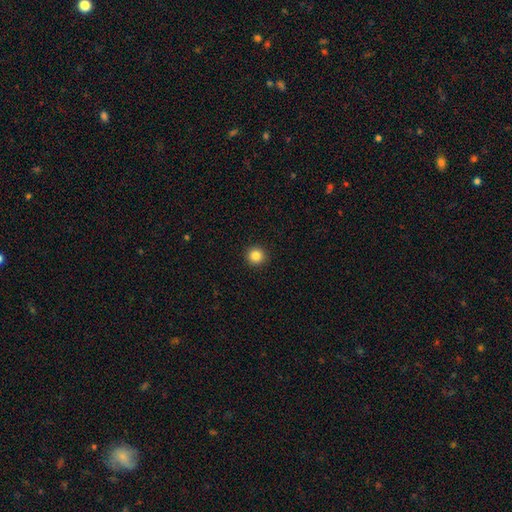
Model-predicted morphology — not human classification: This appears to be a smooth galaxy with no disk features (86%) that is round (95%). Merging: none (93%).